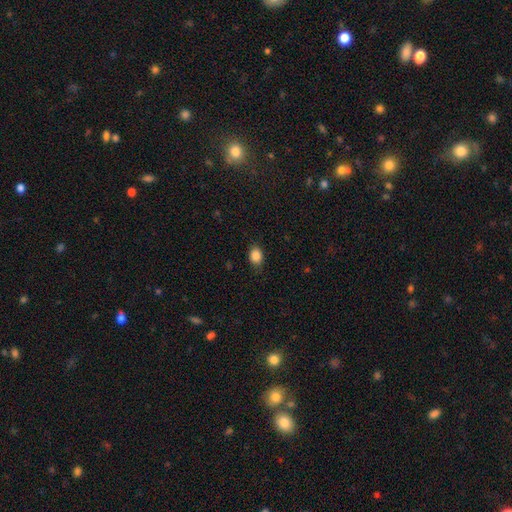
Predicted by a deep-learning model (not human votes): smooth_or_featured: smooth (p=0.87) [alt: star or artifact p=0.09]
how_rounded: in between (p=0.65) [alt: round p=0.34]
merging: none (p=0.84) [alt: minor disturbance p=0.12]